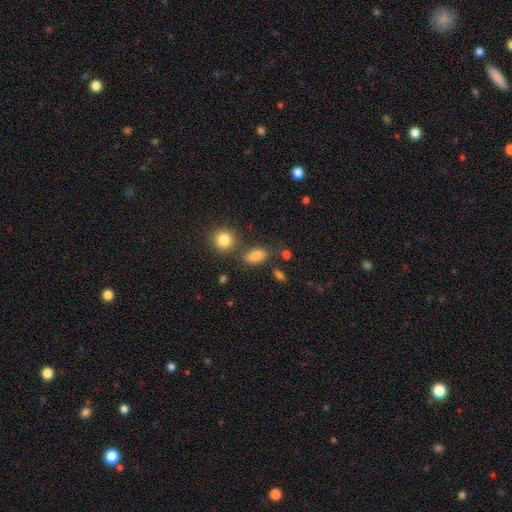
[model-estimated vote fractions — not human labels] Smooth or featured? Predicted: smooth (p=0.82). How rounded? Predicted: in between (p=0.84). Merging? Predicted: none (p=0.70).